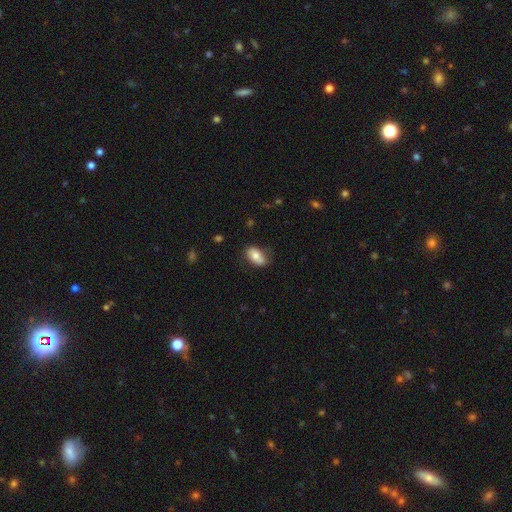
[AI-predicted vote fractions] smooth 74%, featured or disk 19%, star or artifact 7%. Down the decision tree: how rounded — in between (91%); merging — none (71%).